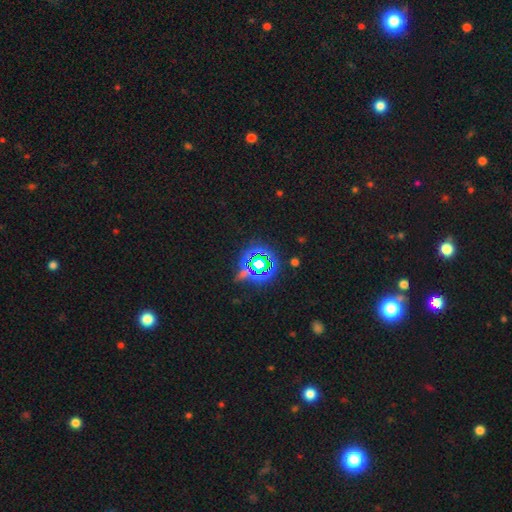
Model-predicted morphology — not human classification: Smooth or featured: star or artifact — 80% (smooth — 14%)